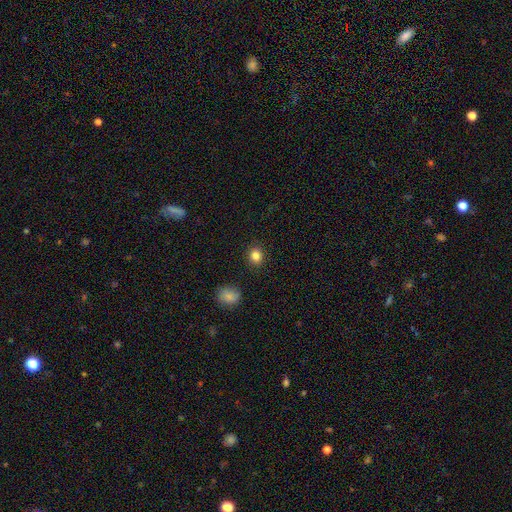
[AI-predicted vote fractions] smooth_or_featured: smooth (p=0.84) [alt: star or artifact p=0.11]
how_rounded: round (p=0.77) [alt: in between p=0.22]
merging: none (p=0.91) [alt: minor disturbance p=0.06]